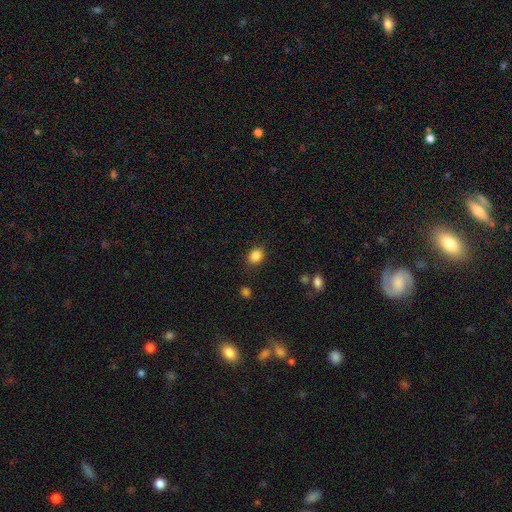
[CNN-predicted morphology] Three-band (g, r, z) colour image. It shows a smooth galaxy with no disk features (85%) that is in between round and cigar-shaped (49%, tied with round). Merging: none (86%).